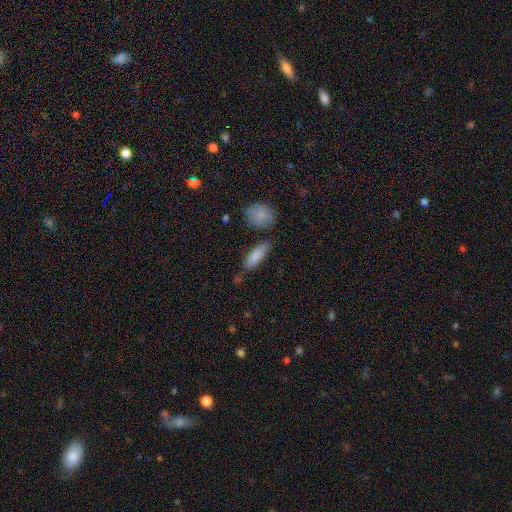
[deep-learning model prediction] This appears to be a smooth galaxy with no disk features (86%) that is in between round and cigar-shaped (62%). Merging: none (74%).